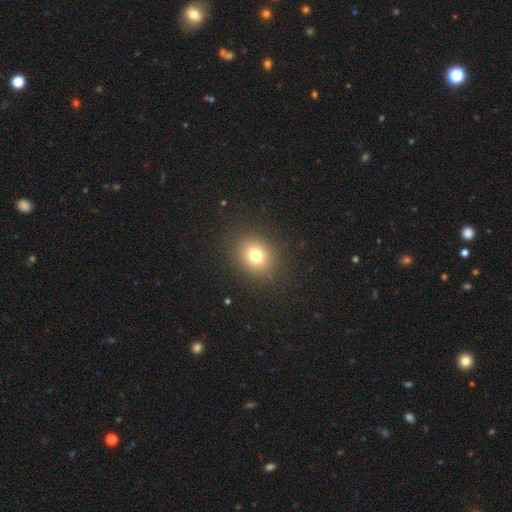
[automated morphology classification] type=smooth (77%); roundness=round (68%); merging=none (88%).